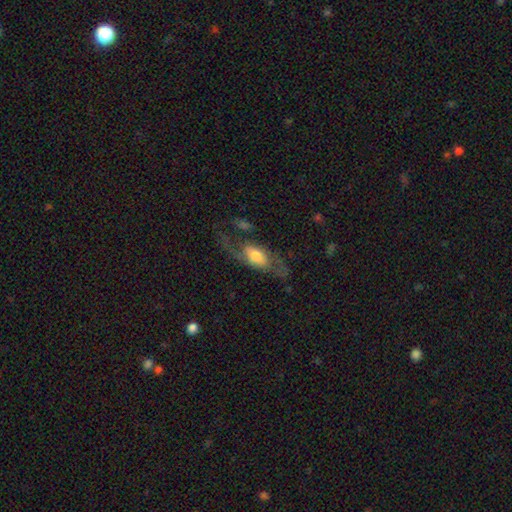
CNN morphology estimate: Q: Smooth or featured?
A: featured or disk (61%); runner-up: smooth (32%)
Q: Edge-on disk?
A: no (81%); runner-up: yes (19%)
Q: Merging?
A: none (51%); runner-up: major disturbance (27%)